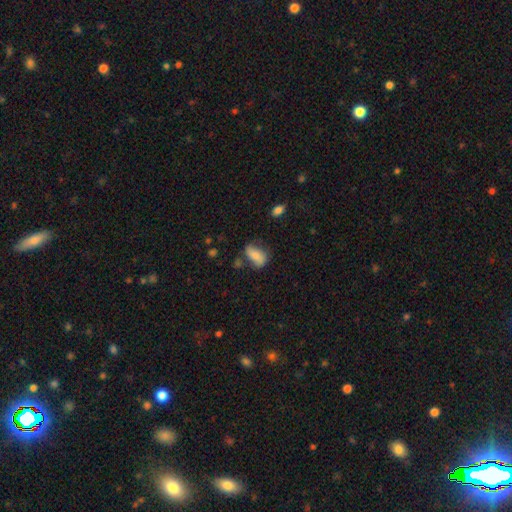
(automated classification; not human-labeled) This is likely a smooth galaxy (72%). How rounded: clearly in between (88%). Merging: possibly none (49%).